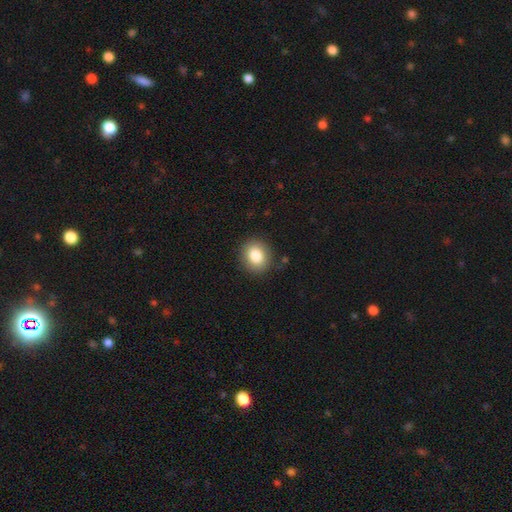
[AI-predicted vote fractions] smooth_or_featured: smooth (p=0.84) [alt: star or artifact p=0.09]
how_rounded: round (p=0.78) [alt: in between p=0.21]
merging: none (p=0.88) [alt: minor disturbance p=0.08]